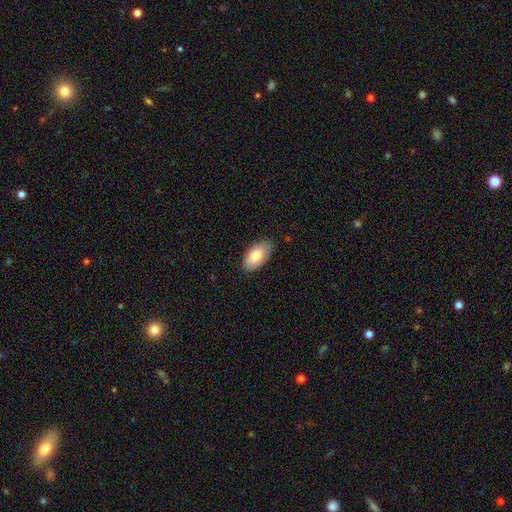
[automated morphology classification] Overall: smooth (79%). How rounded: in between (94%). Merging: none (79%).